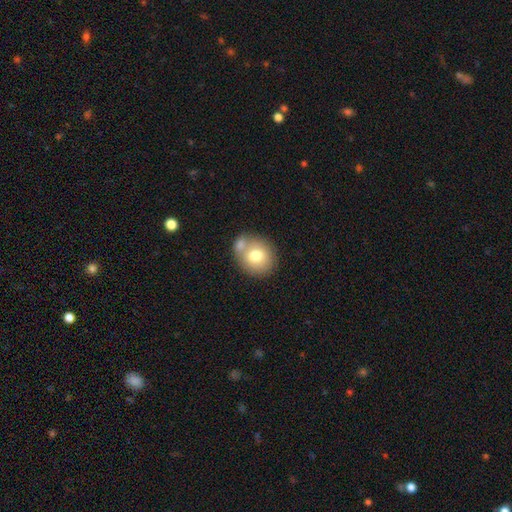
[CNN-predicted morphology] Smooth or featured? smooth (73%)
How rounded? round (77%)
Merging? none (54%)